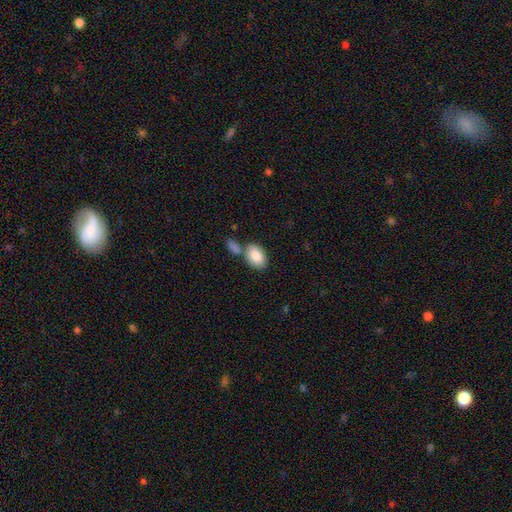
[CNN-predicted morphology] A smooth galaxy with no disk features (87%) that is in between round and cigar-shaped (88%).

Vote fractions:
- Smooth or featured? smooth: 87% / featured or disk: 7% / star or artifact: 6%
- How rounded? in between: 88% / round: 10% / cigar-shaped: 1%
- Merging? none: 55% / merger: 29% / minor disturbance: 13% / major disturbance: 4%